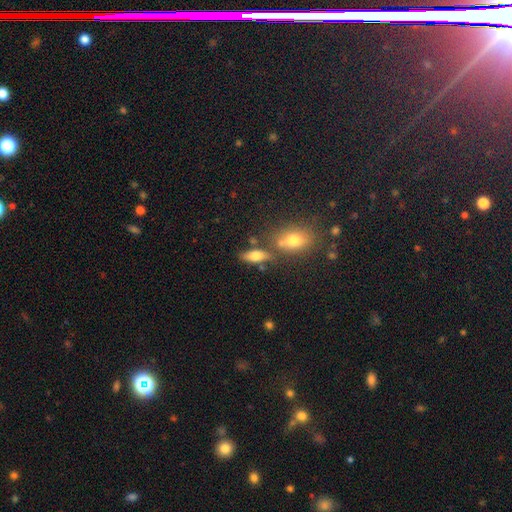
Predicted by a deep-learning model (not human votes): Smooth or featured? Predicted: smooth (p=0.71). How rounded? Predicted: in between (p=0.74). Merging? Predicted: none (p=0.61).